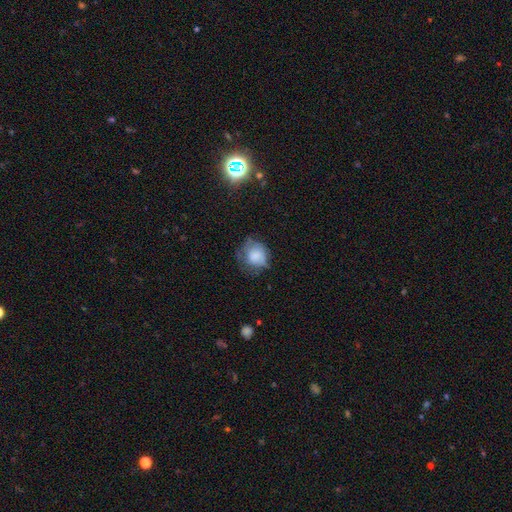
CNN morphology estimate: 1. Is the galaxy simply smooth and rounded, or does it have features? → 69% smooth, 21% featured or disk, 10% star or artifact.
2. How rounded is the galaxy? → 76% round, 23% in between, 1% cigar-shaped.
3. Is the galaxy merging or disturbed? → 49% none, 32% minor disturbance, 17% major disturbance, 2% merger.